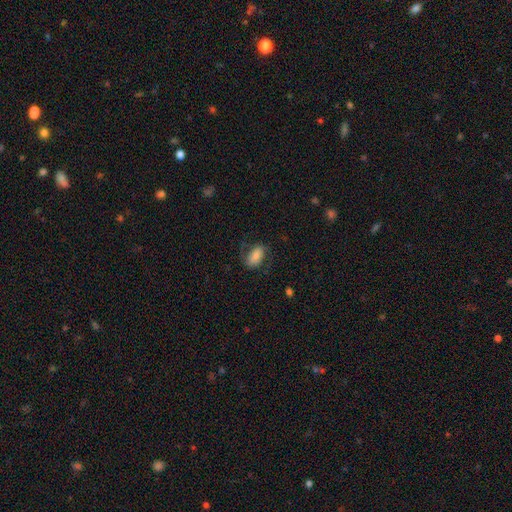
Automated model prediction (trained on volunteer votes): Smooth or featured? smooth (58%)
How rounded? in between (90%)
Merging? none (63%)